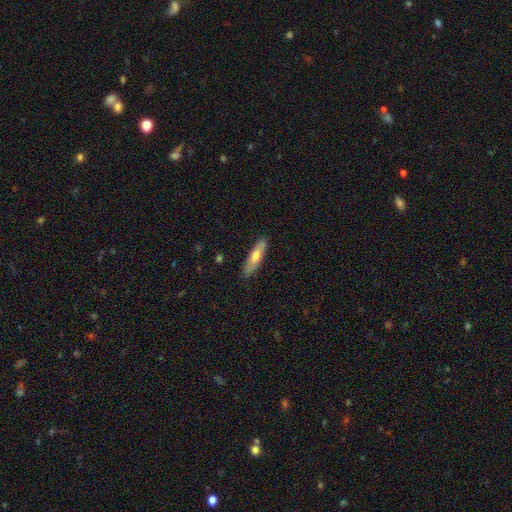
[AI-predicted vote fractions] smooth_or_featured: smooth (p=0.63) [alt: featured or disk p=0.31]
how_rounded: cigar-shaped (p=0.63) [alt: in between p=0.35]
merging: none (p=0.84) [alt: minor disturbance p=0.12]